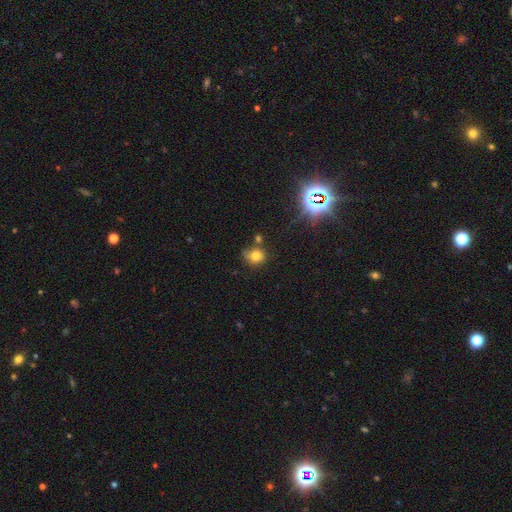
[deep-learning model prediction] Overall: smooth (75%). How rounded: round (73%). Merging: none (61%; minor disturbance 22%).